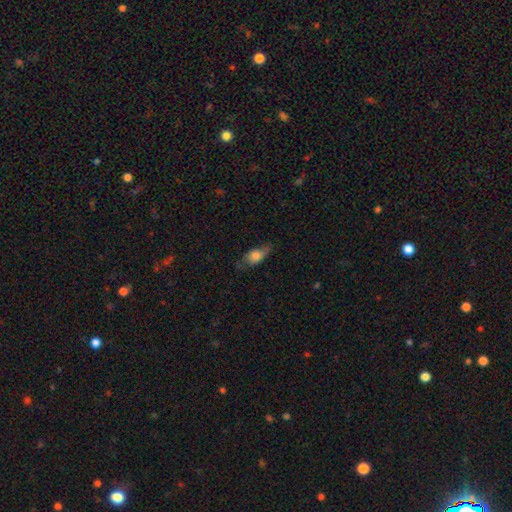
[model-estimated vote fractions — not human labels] Smooth or featured? smooth (67%)
How rounded? in between (76%)
Merging? none (61%)